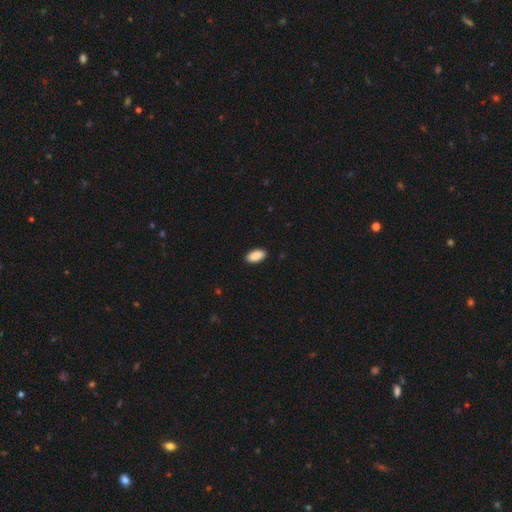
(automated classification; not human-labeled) A smooth galaxy with no disk features (90%) that is in between round and cigar-shaped (94%). Merging: none (90%).